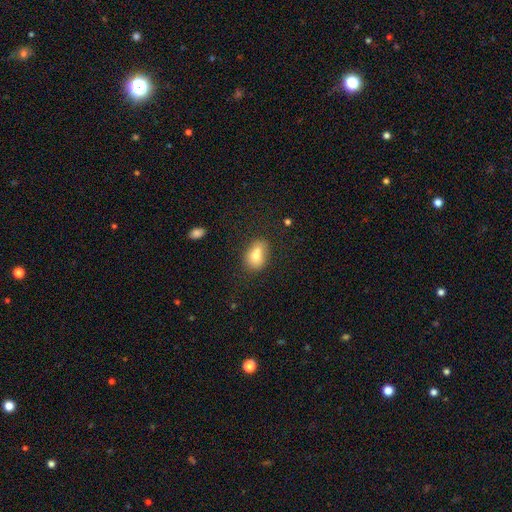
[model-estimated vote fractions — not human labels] smooth-or-featured: smooth: 72% | featured or disk: 18% | star or artifact: 10%
  how-rounded: in between: 67% | round: 31% | cigar-shaped: 2%
  merging: none: 44% | merger: 34% | minor disturbance: 17% | major disturbance: 5%